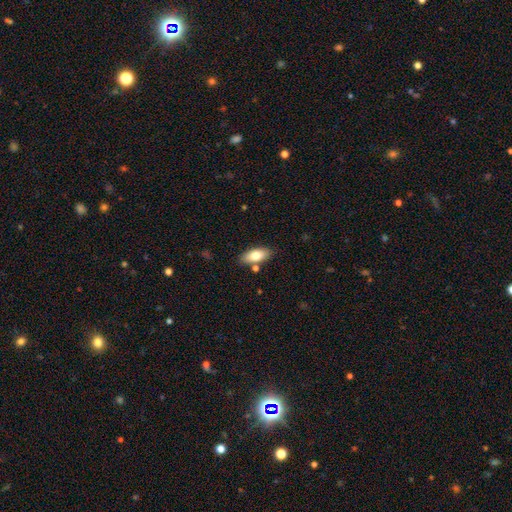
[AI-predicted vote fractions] Morphology: type=smooth (76%); roundness=in between (85%); merging=none (81%).